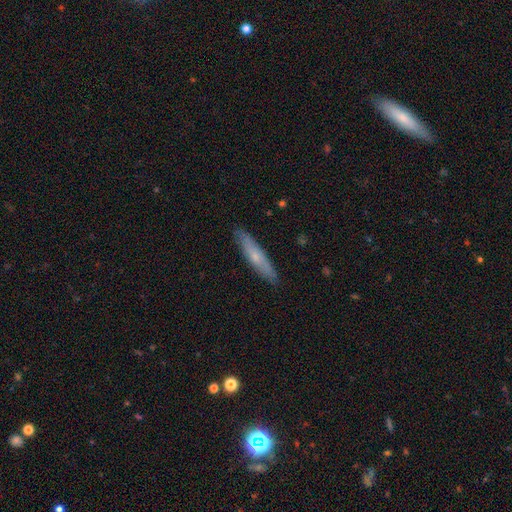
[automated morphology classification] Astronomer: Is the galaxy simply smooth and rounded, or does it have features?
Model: smooth — 54% (runner-up: featured or disk, 40%).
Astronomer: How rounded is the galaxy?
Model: cigar-shaped — 86%.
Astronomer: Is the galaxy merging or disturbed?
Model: none — 88%.